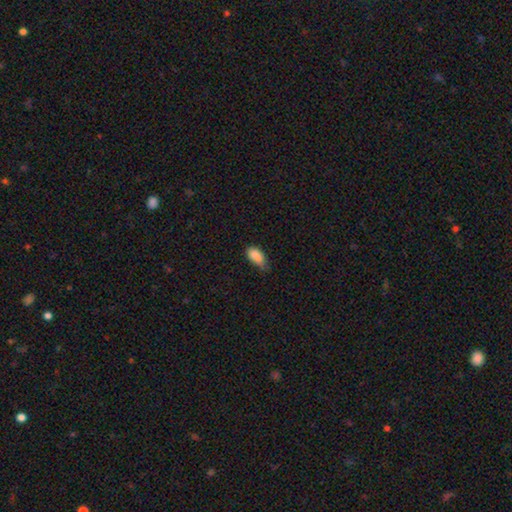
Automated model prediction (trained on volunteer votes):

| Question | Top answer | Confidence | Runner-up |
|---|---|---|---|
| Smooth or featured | smooth | 86% | star or artifact (8%) |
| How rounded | in between | 90% | cigar-shaped (6%) |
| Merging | minor disturbance | 45% | none (41%) |